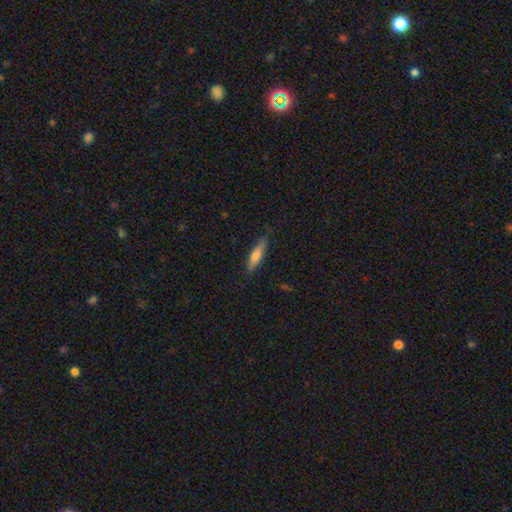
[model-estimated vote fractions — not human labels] A smooth galaxy with no disk features (69%) that is cigar-shaped (75%). Merging: none (81%).